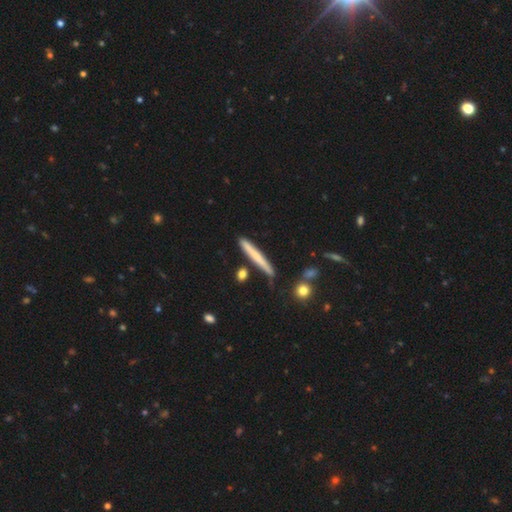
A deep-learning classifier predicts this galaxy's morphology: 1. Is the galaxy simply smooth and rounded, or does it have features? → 61% smooth, 32% featured or disk, 6% star or artifact.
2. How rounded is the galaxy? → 96% cigar-shaped, 3% in between, 2% round.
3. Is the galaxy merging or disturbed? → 82% none, 11% minor disturbance, 4% merger, 2% major disturbance.